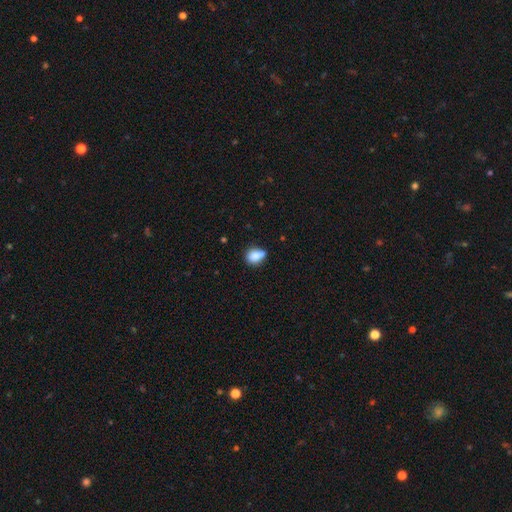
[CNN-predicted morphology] Smooth or featured? smooth (83%)
How rounded? in between (67%)
Merging? none (54%)